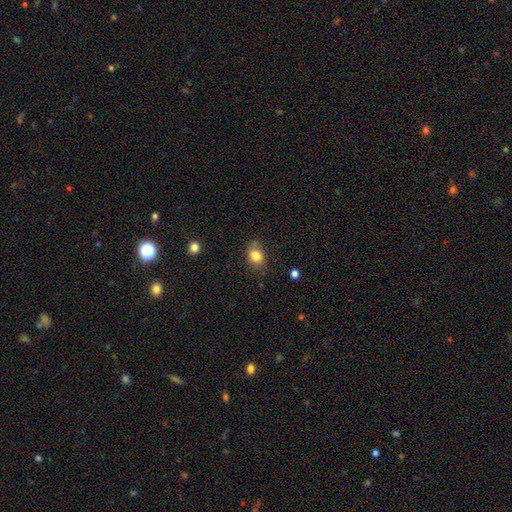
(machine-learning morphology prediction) A smooth galaxy with no disk features (83%) that is in between round and cigar-shaped (59%).

Vote fractions:
- Smooth or featured? smooth: 83% / star or artifact: 10% / featured or disk: 7%
- How rounded? in between: 59% / round: 40% / cigar-shaped: 1%
- Merging? none: 68% / minor disturbance: 23% / major disturbance: 5% / merger: 4%